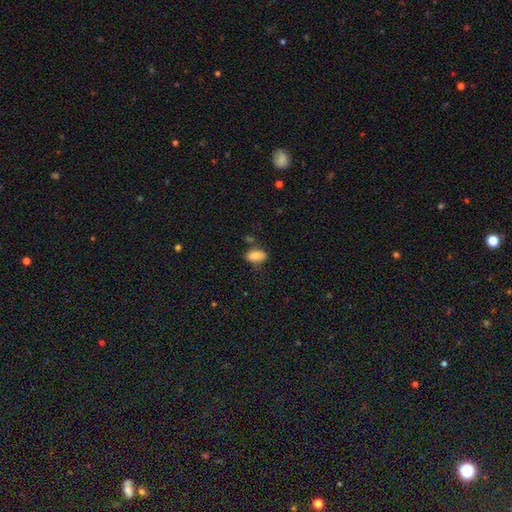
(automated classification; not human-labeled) This appears to be a smooth galaxy with no disk features (85%) that is in between round and cigar-shaped (88%). Merging: none (72%).